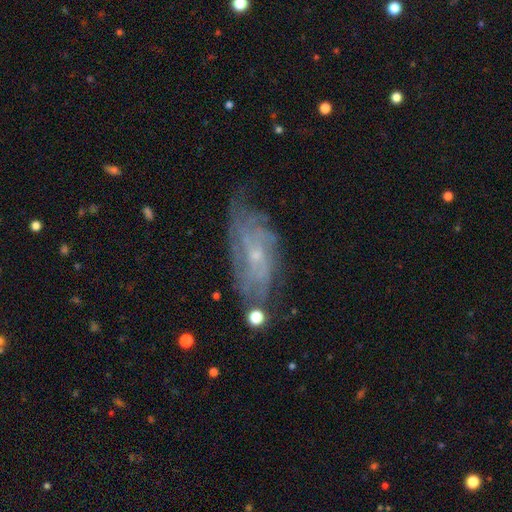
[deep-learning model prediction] Q: Smooth or featured?
A: featured or disk (73%); runner-up: smooth (18%)
Q: Edge-on disk?
A: no (90%); runner-up: yes (10%)
Q: Bar?
A: no (73%); runner-up: weak (23%)
Q: Spiral arms?
A: yes (84%); runner-up: no (16%)
Q: Spiral winding?
A: tight (55%); runner-up: medium (31%)
Q: Spiral arm count?
A: can't tell (57%); runner-up: 4 (12%)
Q: Bulge size?
A: small (76%); runner-up: moderate (18%)
Q: Merging?
A: none (59%); runner-up: minor disturbance (25%)